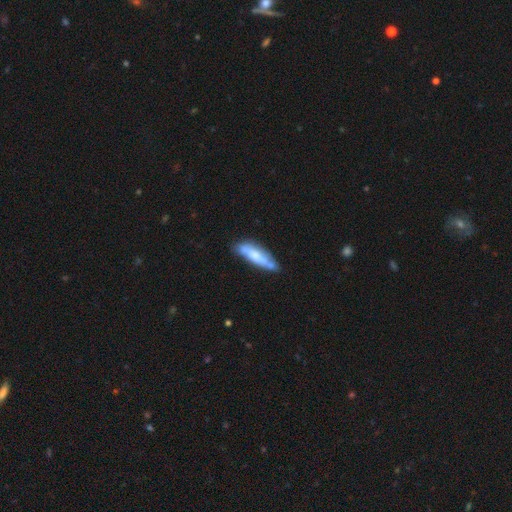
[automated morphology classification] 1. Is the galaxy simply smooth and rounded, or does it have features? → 58% smooth, 36% featured or disk, 6% star or artifact.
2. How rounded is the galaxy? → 65% cigar-shaped, 33% in between, 1% round.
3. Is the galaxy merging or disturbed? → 54% none, 28% minor disturbance, 11% merger, 8% major disturbance.